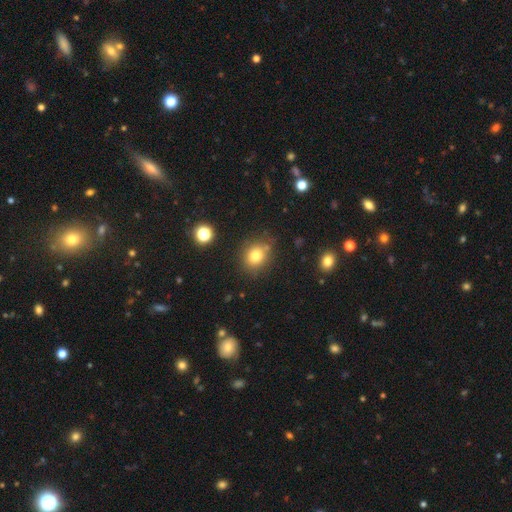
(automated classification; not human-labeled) smooth_or_featured: smooth (p=0.80) [alt: star or artifact p=0.12]
how_rounded: round (p=0.67) [alt: in between p=0.32]
merging: none (p=0.76) [alt: minor disturbance p=0.14]